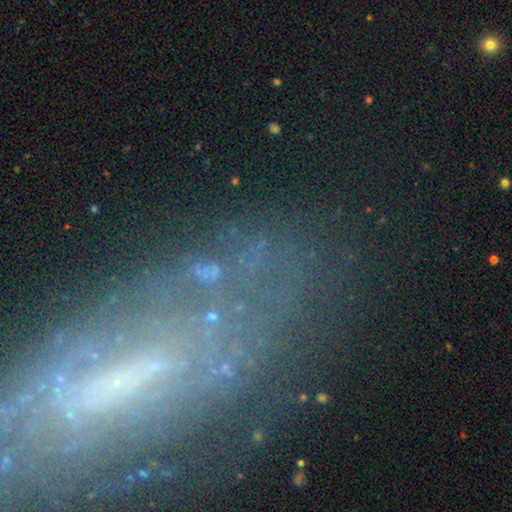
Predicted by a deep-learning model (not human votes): Overall: featured or disk (53%; star or artifact 29%). Edge-on disk: no (88%). Merging: none (55%; major disturbance 21%).